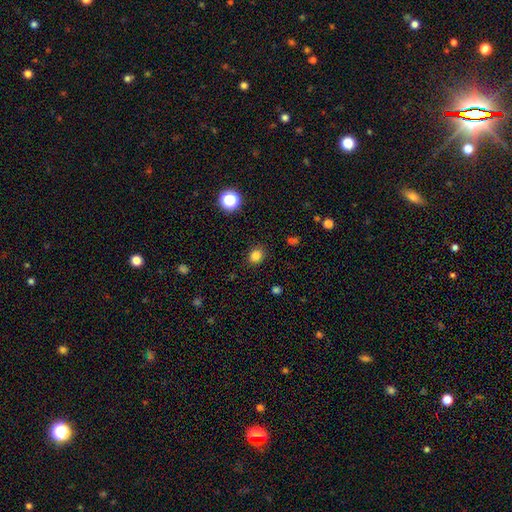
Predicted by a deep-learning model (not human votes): A smooth galaxy with no disk features (83%) that is round (70%). Merging: none (88%).